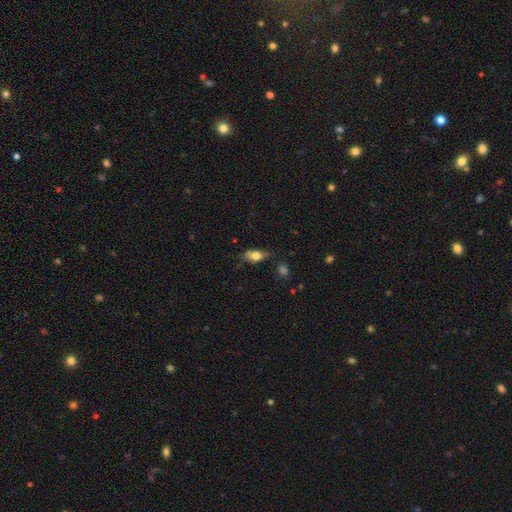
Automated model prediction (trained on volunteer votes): This is likely a smooth galaxy (64%). How rounded: likely in between (75%). Merging: likely none (64%).